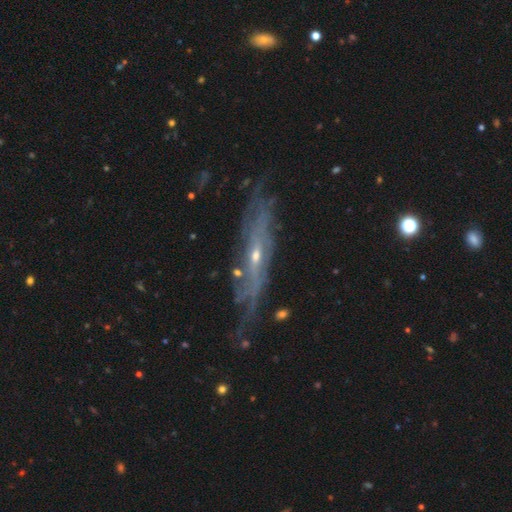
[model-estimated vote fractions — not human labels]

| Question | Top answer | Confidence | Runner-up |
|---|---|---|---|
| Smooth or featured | featured or disk | 75% | smooth (16%) |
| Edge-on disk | yes | 55% | no (45%) |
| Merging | none | 68% | minor disturbance (21%) |